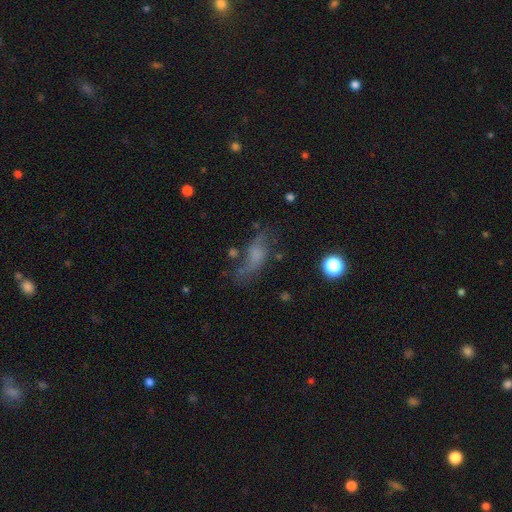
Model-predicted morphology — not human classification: Q: Smooth or featured?
A: smooth (43%); runner-up: featured or disk (38%)
Q: Merging?
A: none (45%); runner-up: major disturbance (26%)